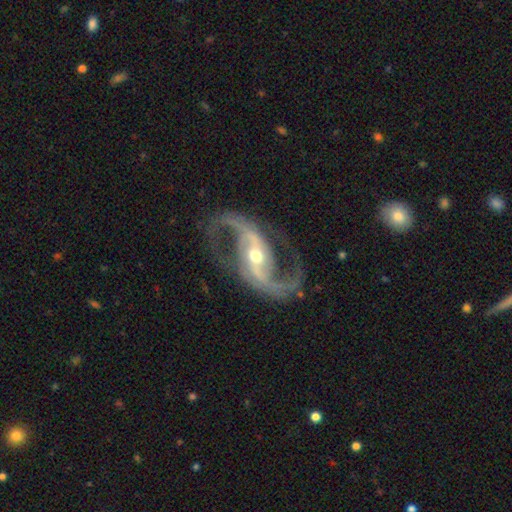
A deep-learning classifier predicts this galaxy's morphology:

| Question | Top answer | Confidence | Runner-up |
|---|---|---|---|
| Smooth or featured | featured or disk | 93% | star or artifact (4%) |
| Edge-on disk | no | 97% | yes (3%) |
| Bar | strong | 44% | weak (35%) |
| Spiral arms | yes | 98% | no (2%) |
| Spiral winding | medium | 54% | loose (36%) |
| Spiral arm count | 2 | 94% | can't tell (1%) |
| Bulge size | moderate | 62% | small (32%) |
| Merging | none | 81% | minor disturbance (11%) |